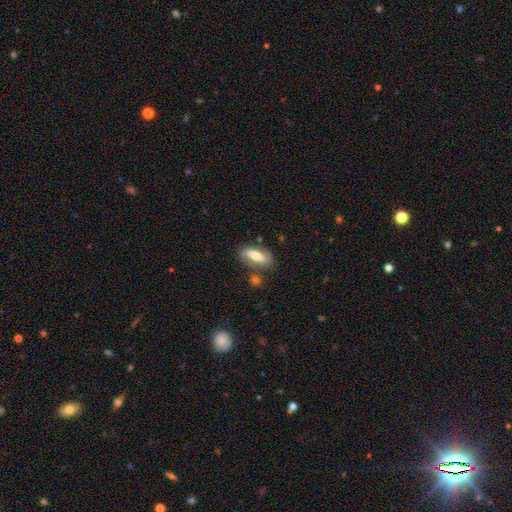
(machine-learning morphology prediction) smooth_or_featured: featured or disk (p=0.49) [alt: smooth p=0.44]
merging: none (p=0.73) [alt: minor disturbance p=0.16]